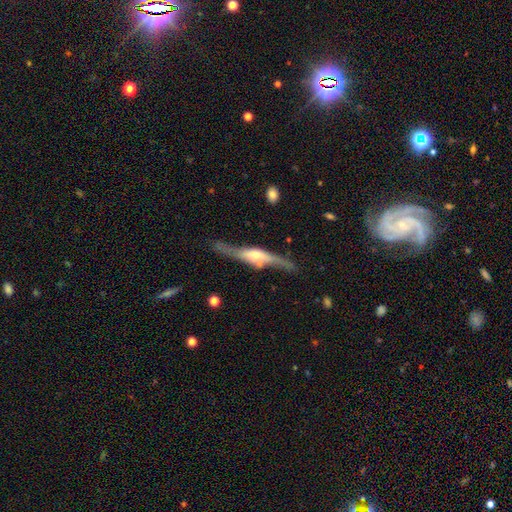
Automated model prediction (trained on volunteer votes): A featured or disk galaxy (78%) viewed edge-on (90%) with a rounded central bulge (78%).

Vote fractions:
- Smooth or featured? featured or disk: 78% / smooth: 17% / star or artifact: 5%
- Edge-on disk? yes: 90% / no: 10%
- Edge-on bulge? rounded: 78% / boxy: 17% / none: 5%
- Merging? none: 68% / minor disturbance: 20% / major disturbance: 8% / merger: 4%